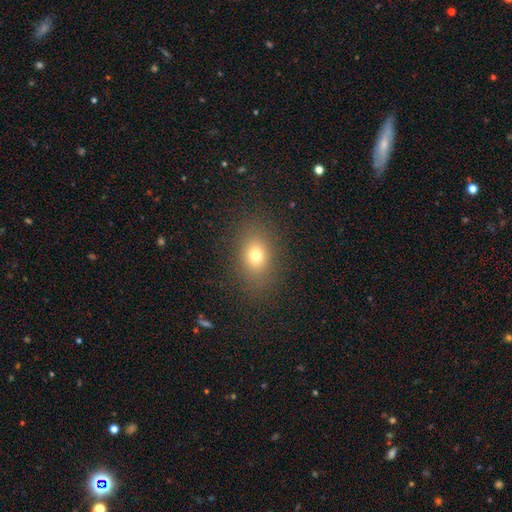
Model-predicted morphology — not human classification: type=smooth (73%); roundness=in between (67%); merging=none (86%).